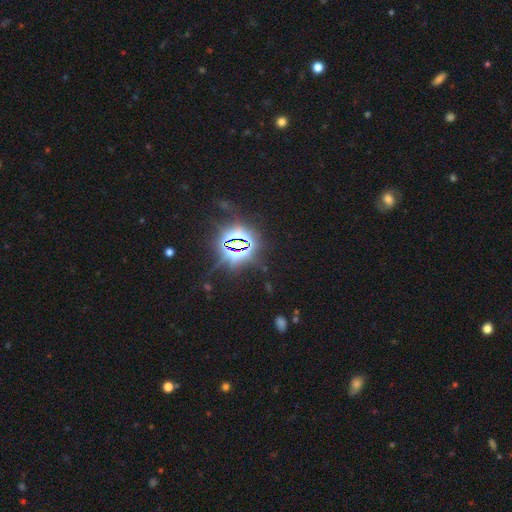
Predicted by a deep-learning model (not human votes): Smooth or featured? star or artifact (82%)